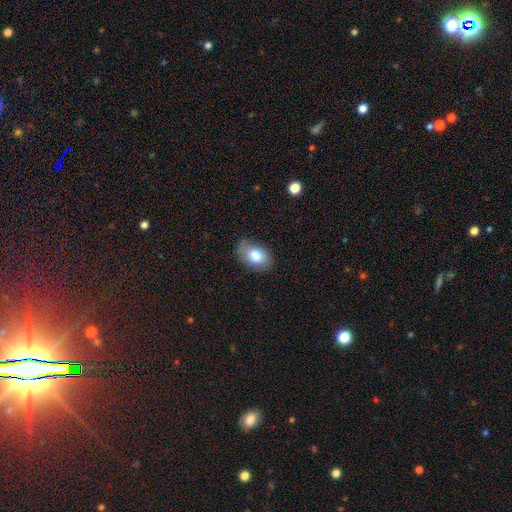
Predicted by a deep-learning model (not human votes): This is likely a smooth galaxy (78%). How rounded: clearly in between (87%). Merging: likely none (72%).